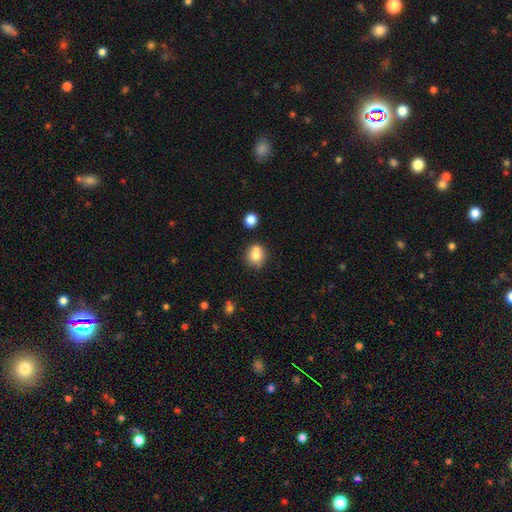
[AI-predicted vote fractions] Smooth or featured? smooth (76%)
How rounded? round (75%)
Merging? none (52%)